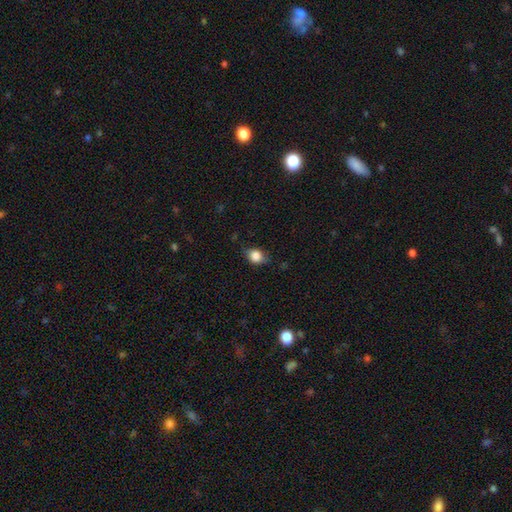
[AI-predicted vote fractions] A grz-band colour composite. It shows a smooth galaxy with no disk features (83%) that is in between round and cigar-shaped (51%). Merging: none (71%).